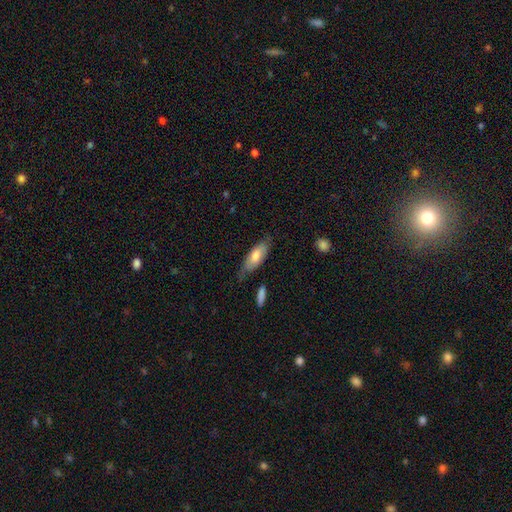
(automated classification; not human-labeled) A smooth galaxy with no disk features (69%) that is in between round and cigar-shaped (70%). Merging: none (61%).